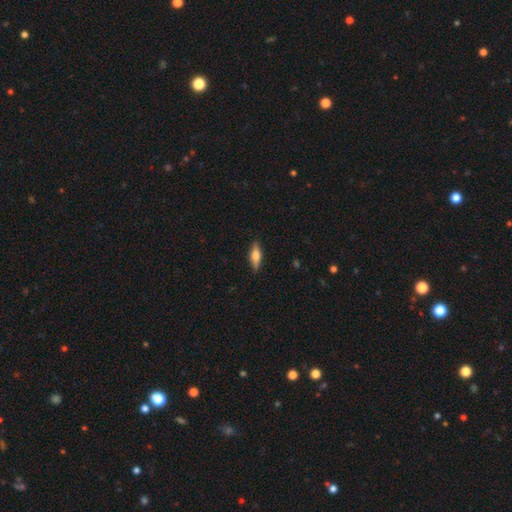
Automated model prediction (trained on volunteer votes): smooth-or-featured: smooth: 55% | featured or disk: 38% | star or artifact: 7%
  how-rounded: in between: 52% | cigar-shaped: 45% | round: 3%
  merging: none: 86% | minor disturbance: 11% | major disturbance: 2% | merger: 1%